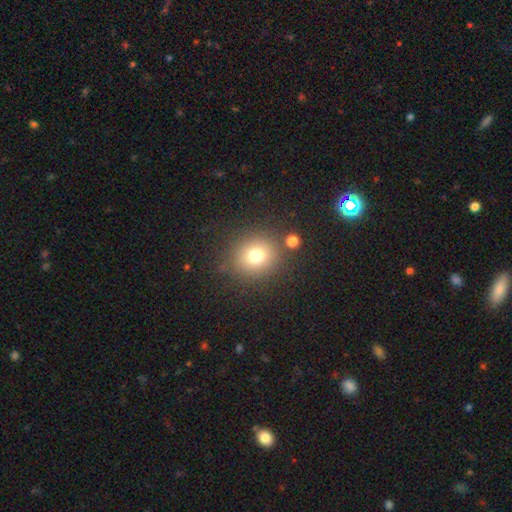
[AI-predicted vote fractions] smooth-or-featured: smooth: 75% | star or artifact: 15% | featured or disk: 10%
  how-rounded: round: 85% | in between: 14% | cigar-shaped: 1%
  merging: none: 82% | minor disturbance: 9% | merger: 5% | major disturbance: 4%